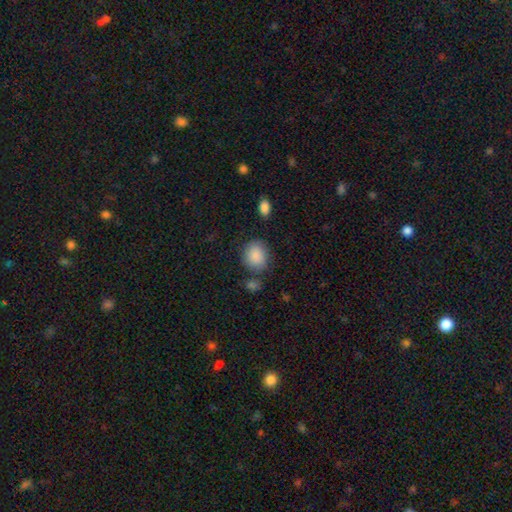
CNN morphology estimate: Smooth or featured?
  - smooth: 89% *
  - star or artifact: 7%
  - featured or disk: 4%
How rounded?
  - round: 60% *
  - in between: 39%
  - cigar-shaped: 1%
Merging?
  - none: 72% *
  - minor disturbance: 16%
  - merger: 7%
  - major disturbance: 5%